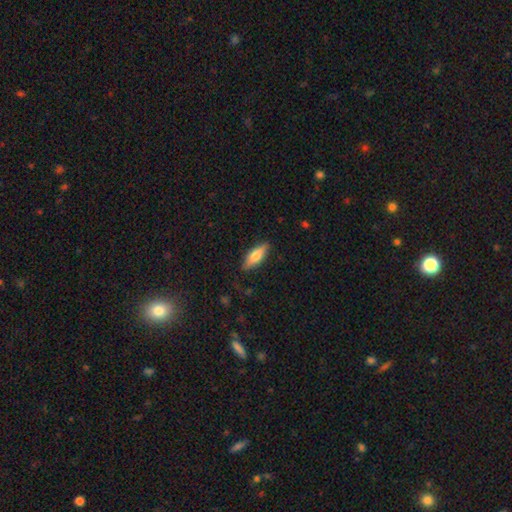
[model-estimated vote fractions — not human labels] Smooth or featured?
  - smooth: 70% *
  - featured or disk: 24%
  - star or artifact: 6%
How rounded?
  - in between: 60% *
  - cigar-shaped: 38%
  - round: 2%
Merging?
  - none: 84% *
  - minor disturbance: 13%
  - major disturbance: 2%
  - merger: 1%